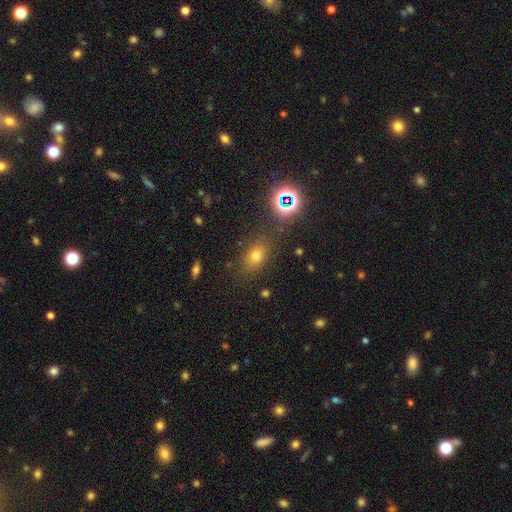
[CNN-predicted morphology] smooth 64%, star or artifact 25%, featured or disk 10%. Down the decision tree: how rounded — in between (66%); merging — none (79%).